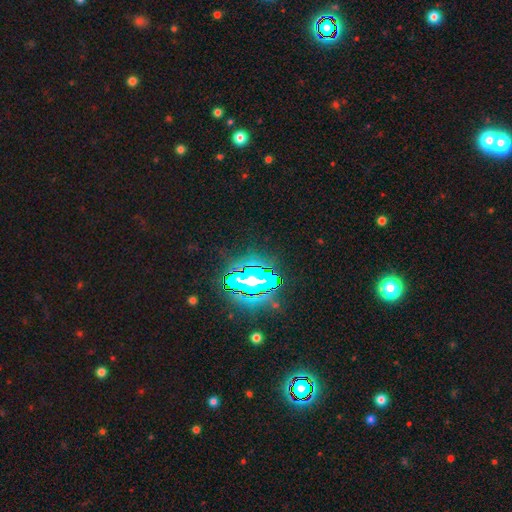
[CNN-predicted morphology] A star or artifact, not a galaxy (82%).